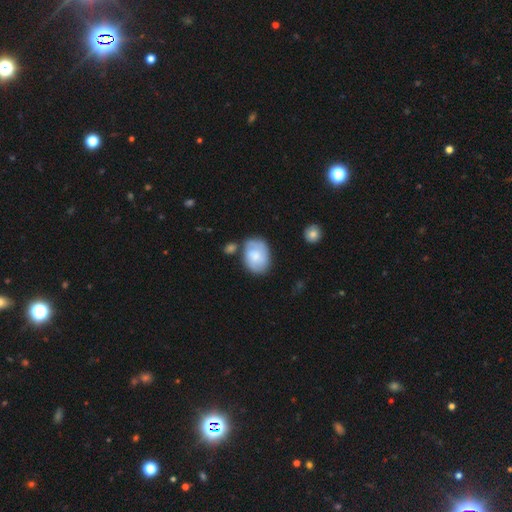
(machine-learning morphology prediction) Q: Smooth or featured?
A: smooth (63%); runner-up: featured or disk (30%)
Q: How rounded?
A: in between (75%); runner-up: round (24%)
Q: Merging?
A: none (57%); runner-up: minor disturbance (24%)